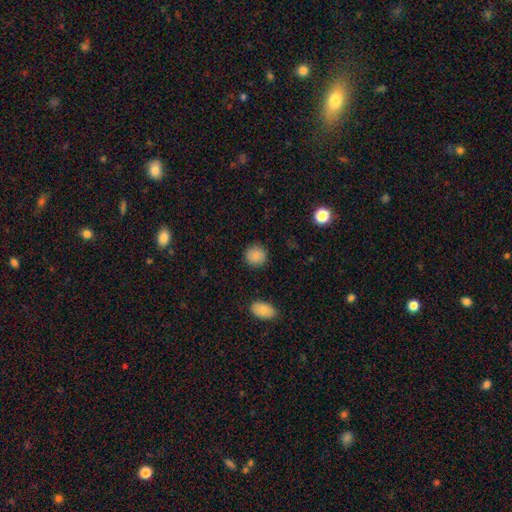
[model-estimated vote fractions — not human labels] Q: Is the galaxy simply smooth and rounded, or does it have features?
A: smooth — 86%.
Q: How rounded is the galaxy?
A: round — 89%.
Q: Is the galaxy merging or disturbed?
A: none — 89%.